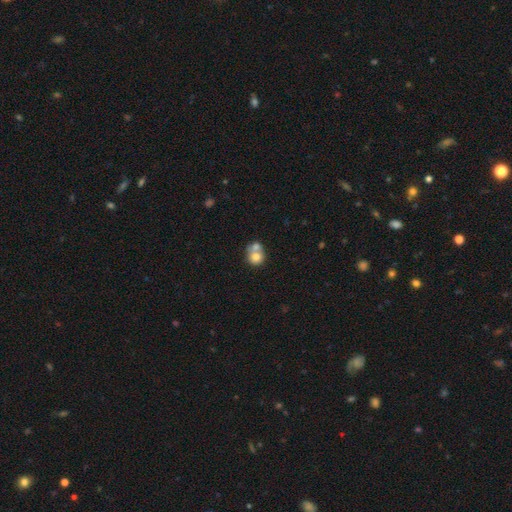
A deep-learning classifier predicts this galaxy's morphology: A smooth galaxy with no disk features (73%) that is round (76%).

Vote fractions:
- Smooth or featured? smooth: 73% / featured or disk: 18% / star or artifact: 9%
- How rounded? round: 76% / in between: 23% / cigar-shaped: 1%
- Merging? merger: 61% / none: 28% / minor disturbance: 7% / major disturbance: 4%